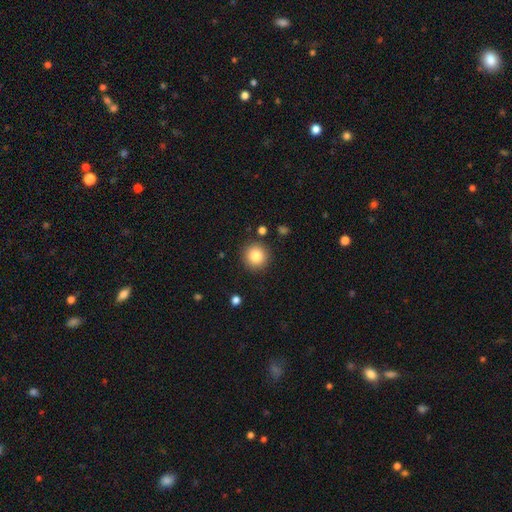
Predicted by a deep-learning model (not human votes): The model was most divided on "smooth or featured": smooth: 84%, star or artifact: 10%, featured or disk: 6%. More confident: how rounded — round (94%); merging — none (89%).